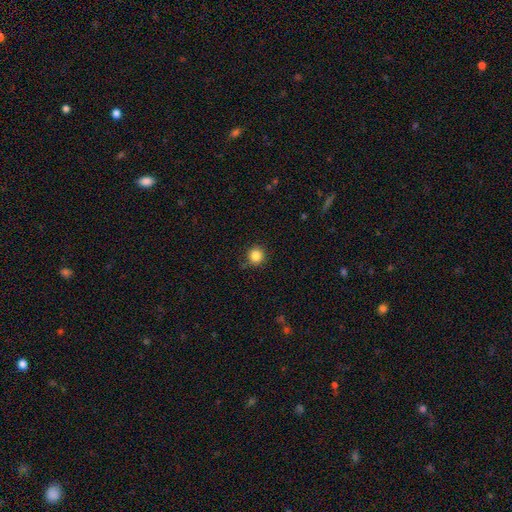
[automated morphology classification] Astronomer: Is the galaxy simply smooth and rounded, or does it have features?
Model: smooth — 84%.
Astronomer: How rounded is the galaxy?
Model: round — 94%.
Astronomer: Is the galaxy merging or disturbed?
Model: none — 86%.